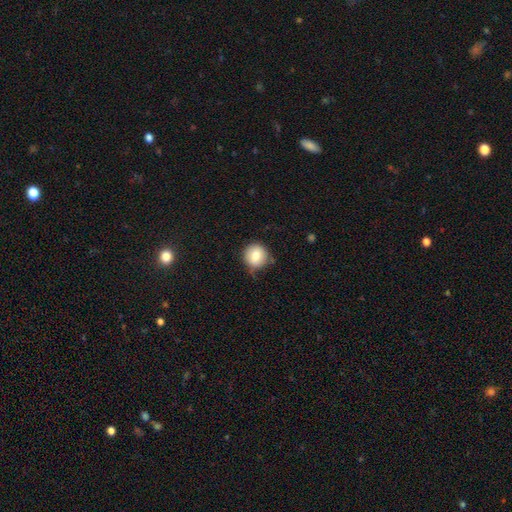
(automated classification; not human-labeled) Smooth or featured: smooth — 81% (featured or disk — 10%)
How rounded: round — 93% (in between — 6%)
Merging: none — 74% (minor disturbance — 20%)